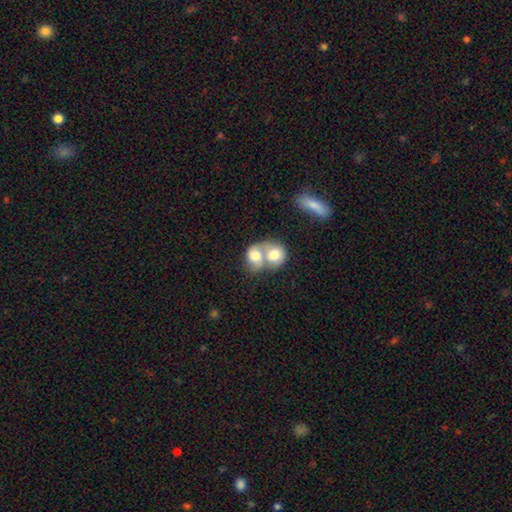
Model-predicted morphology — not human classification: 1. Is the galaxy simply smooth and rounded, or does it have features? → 66% smooth, 27% featured or disk, 7% star or artifact.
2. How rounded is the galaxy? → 56% round, 42% in between, 1% cigar-shaped.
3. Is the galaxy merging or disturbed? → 80% merger, 11% none, 5% major disturbance, 5% minor disturbance.